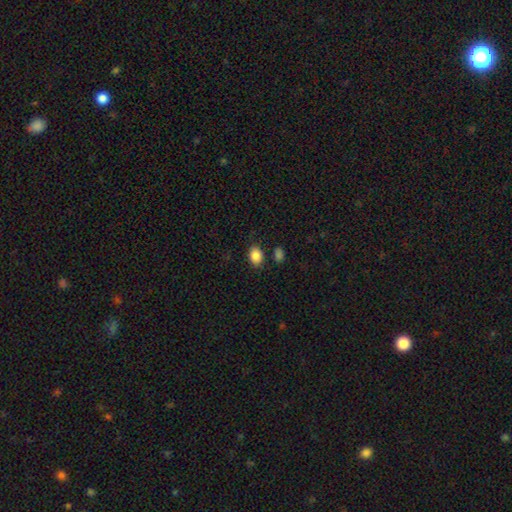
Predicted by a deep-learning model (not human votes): Q: Smooth or featured?
A: smooth (88%); runner-up: star or artifact (9%)
Q: How rounded?
A: in between (68%); runner-up: round (31%)
Q: Merging?
A: none (80%); runner-up: minor disturbance (12%)